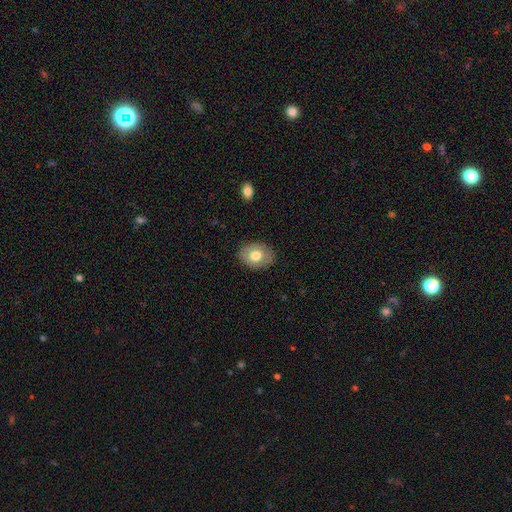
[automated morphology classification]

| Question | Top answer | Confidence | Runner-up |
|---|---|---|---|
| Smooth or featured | smooth | 66% | featured or disk (27%) |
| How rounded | in between | 68% | round (31%) |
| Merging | none | 84% | minor disturbance (12%) |